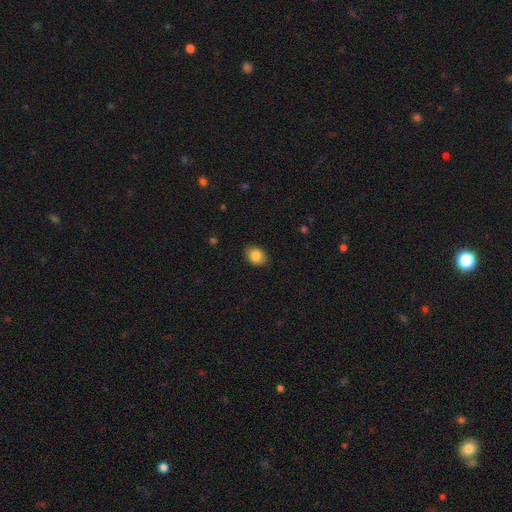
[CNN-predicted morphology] Overall: smooth (86%). How rounded: in between (70%). Merging: none (88%).